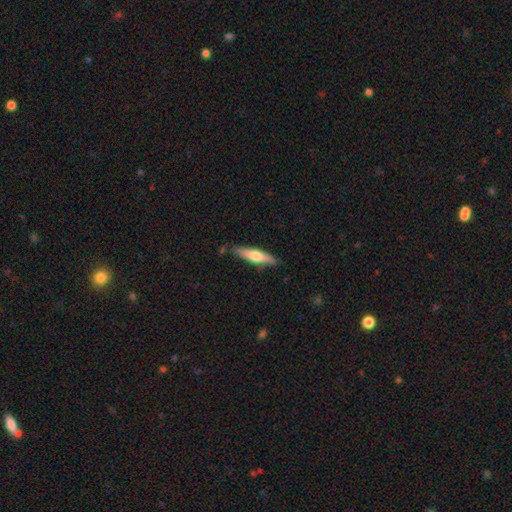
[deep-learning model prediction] Smooth or featured? smooth (54%)
How rounded? cigar-shaped (80%)
Merging? none (81%)